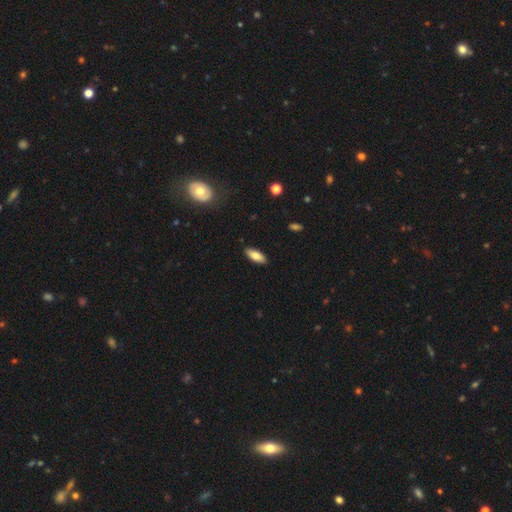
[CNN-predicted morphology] type=smooth (81%); roundness=in between (77%); merging=none (89%).